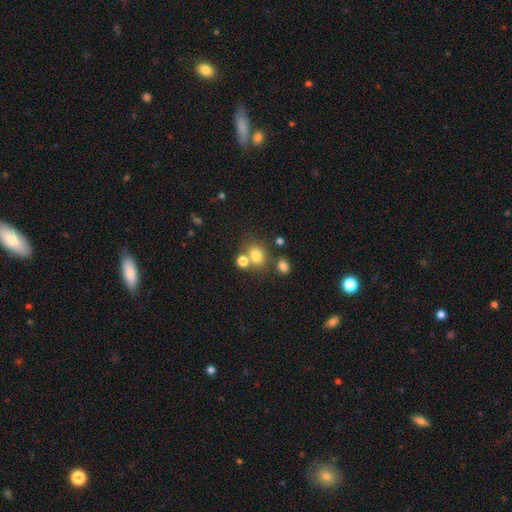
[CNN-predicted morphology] The model was most divided on "how rounded": round: 67%, in between: 32%, cigar-shaped: 1%. More confident: smooth or featured — smooth (76%); merging — none (60%).